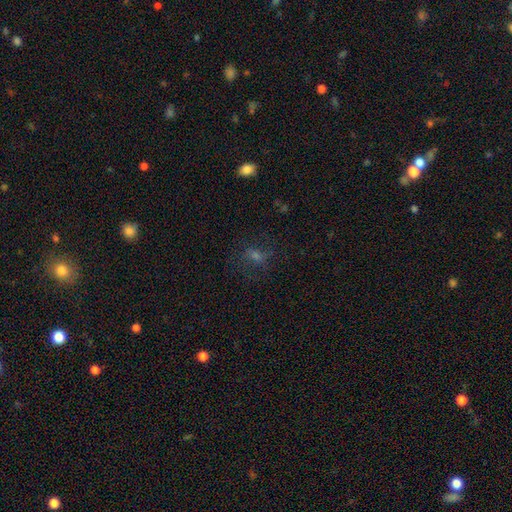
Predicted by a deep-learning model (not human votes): smooth_or_featured: smooth (p=0.39) [alt: star or artifact p=0.33]
merging: none (p=0.68) [alt: minor disturbance p=0.16]